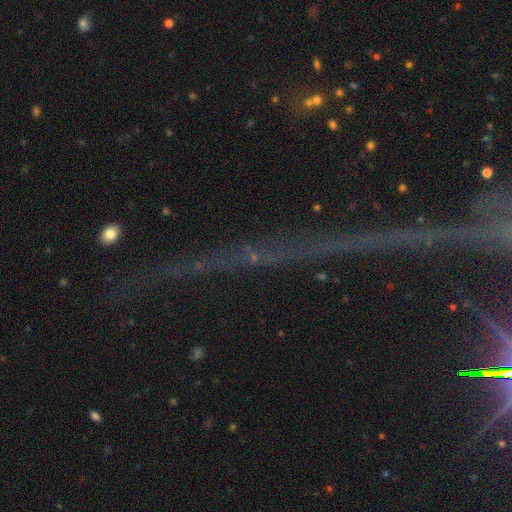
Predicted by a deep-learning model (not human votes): The model was most divided on "smooth or featured": star or artifact: 77%, featured or disk: 15%, smooth: 8%.